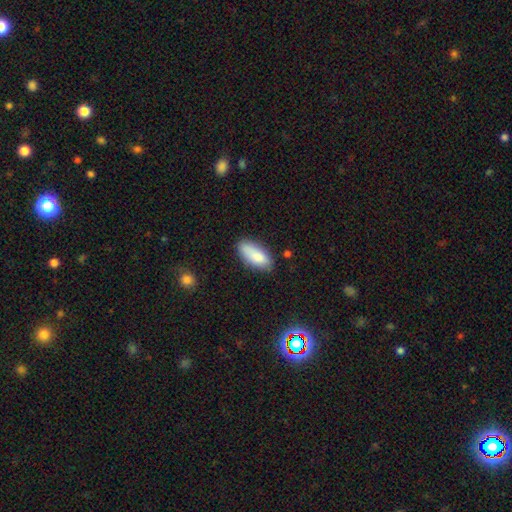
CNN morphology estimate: type=smooth (83%); roundness=in between (83%); merging=none (72%).